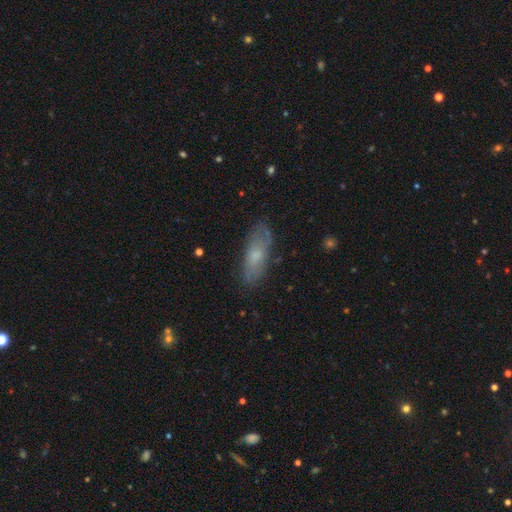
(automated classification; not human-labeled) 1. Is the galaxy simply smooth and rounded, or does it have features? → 58% smooth, 34% featured or disk, 7% star or artifact.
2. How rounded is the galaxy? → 66% in between, 32% cigar-shaped, 2% round.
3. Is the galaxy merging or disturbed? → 76% none, 18% minor disturbance, 5% major disturbance, 1% merger.